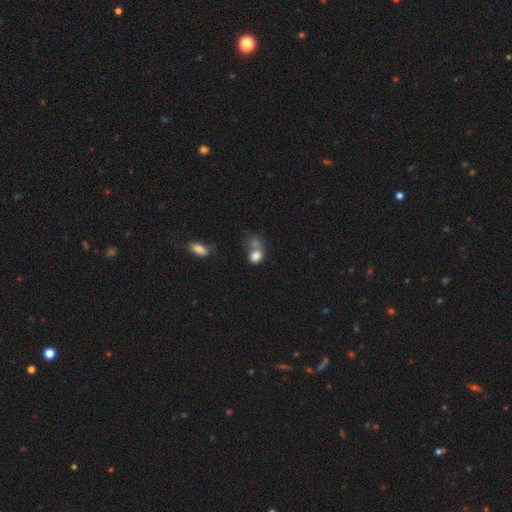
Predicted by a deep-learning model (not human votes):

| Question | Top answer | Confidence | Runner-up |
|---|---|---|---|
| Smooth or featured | smooth | 80% | star or artifact (10%) |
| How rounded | round | 51% | in between (48%) |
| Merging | merger | 49% | none (32%) |